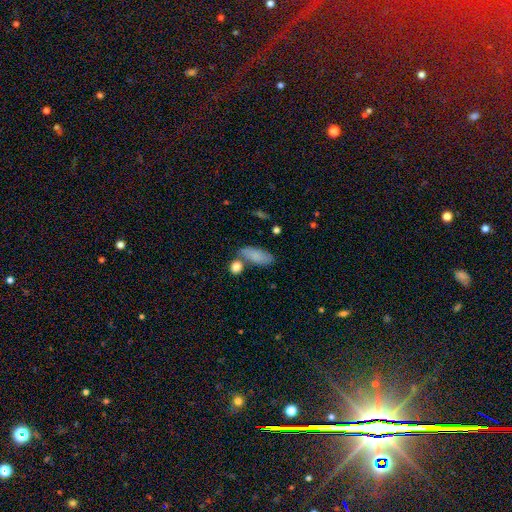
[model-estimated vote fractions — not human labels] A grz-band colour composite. It shows a smooth galaxy with no disk features (81%) that is in between round and cigar-shaped (82%). Merging: none (57%).